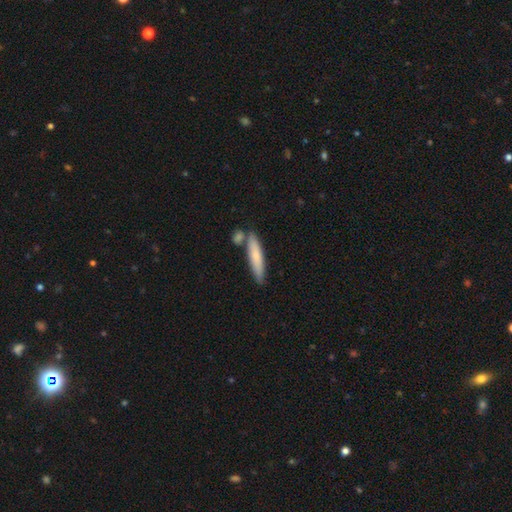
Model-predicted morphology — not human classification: Overall: smooth (71%). How rounded: cigar-shaped (84%). Merging: none (70%).